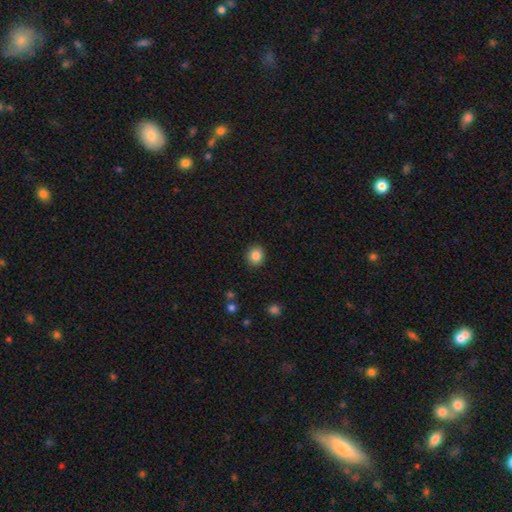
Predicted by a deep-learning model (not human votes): A smooth galaxy with no disk features (85%) that is round (84%).

Vote fractions:
- Smooth or featured? smooth: 85% / star or artifact: 10% / featured or disk: 5%
- How rounded? round: 84% / in between: 15% / cigar-shaped: 1%
- Merging? none: 91% / minor disturbance: 6% / major disturbance: 2% / merger: 1%